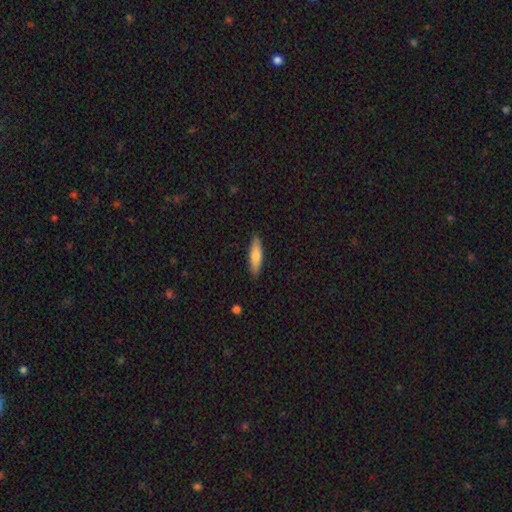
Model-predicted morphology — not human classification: This is likely a smooth galaxy (76%). How rounded: likely cigar-shaped (67%). Merging: clearly none (88%).